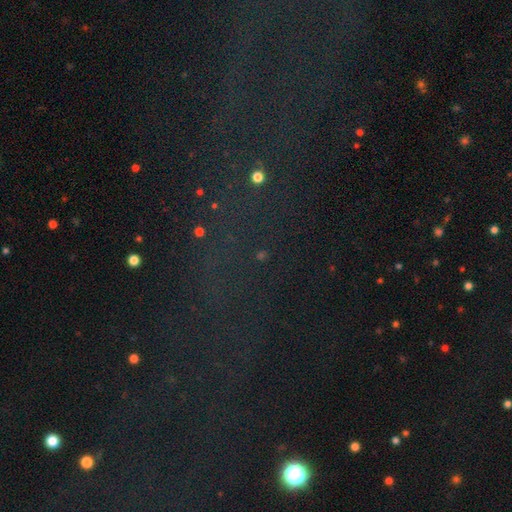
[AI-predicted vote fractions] Smooth or featured? Predicted: star or artifact (p=0.73).